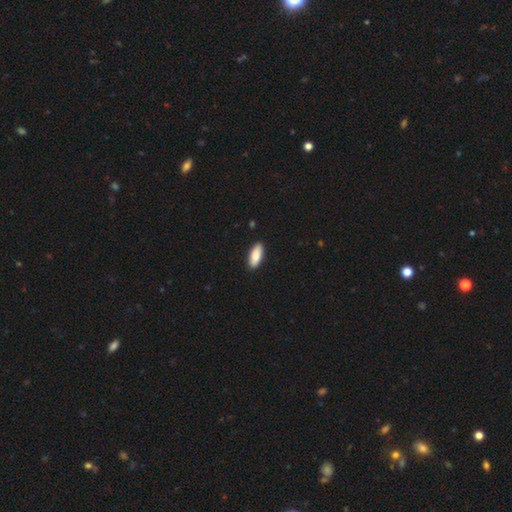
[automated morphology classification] The model was most divided on "how rounded": in between: 80%, cigar-shaped: 18%, round: 2%. More confident: merging — none (90%); smooth or featured — smooth (89%).